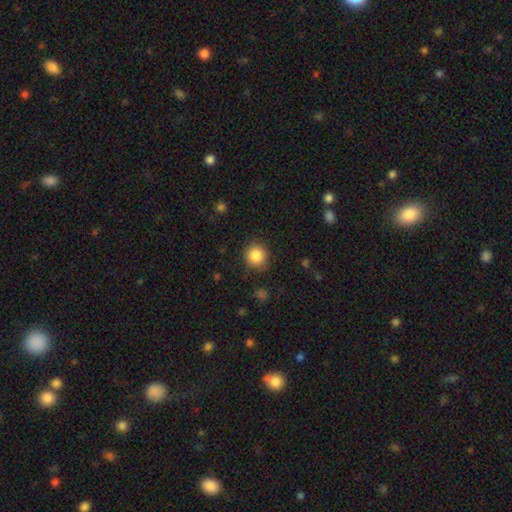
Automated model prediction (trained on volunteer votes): The model was most divided on "merging": none: 86%, minor disturbance: 9%, major disturbance: 3%, merger: 1%. More confident: how rounded — round (91%); smooth or featured — smooth (86%).